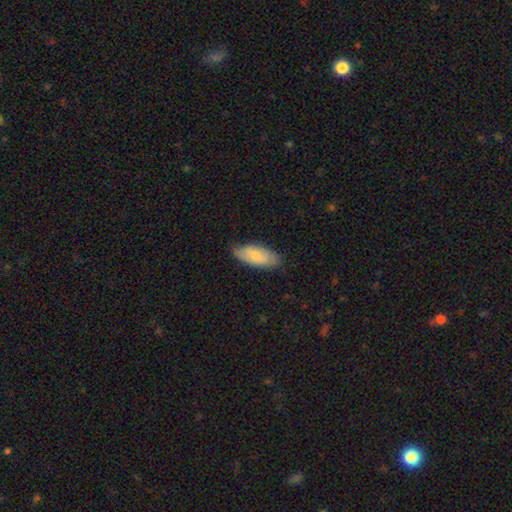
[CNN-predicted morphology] smooth-or-featured: smooth: 72% | featured or disk: 22% | star or artifact: 6%
  how-rounded: in between: 84% | cigar-shaped: 14% | round: 2%
  merging: none: 78% | minor disturbance: 18% | major disturbance: 3% | merger: 1%